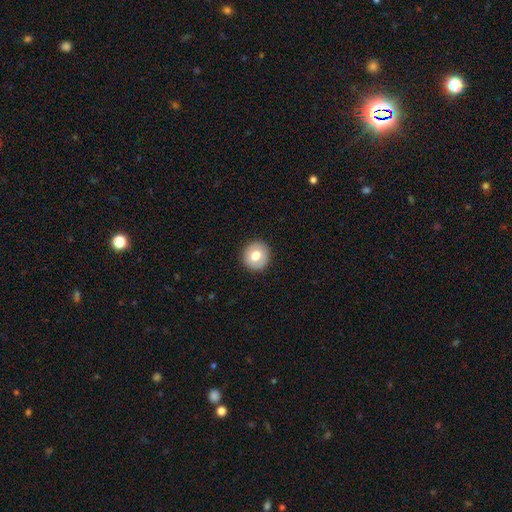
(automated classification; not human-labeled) Smooth or featured? smooth (71%)
How rounded? round (90%)
Merging? none (91%)